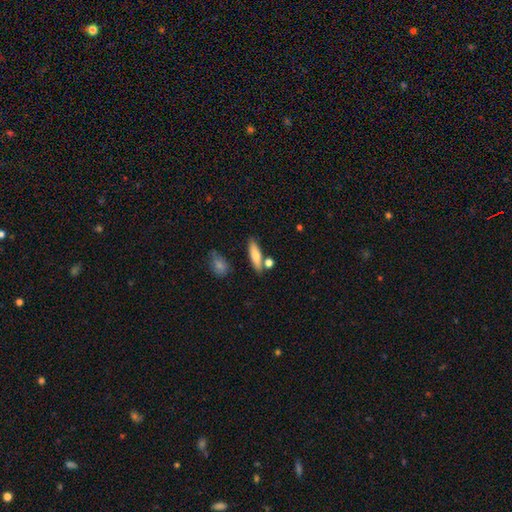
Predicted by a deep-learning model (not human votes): Smooth or featured? Predicted: smooth (p=0.76). How rounded? Predicted: cigar-shaped (p=0.56). Merging? Predicted: none (p=0.73).